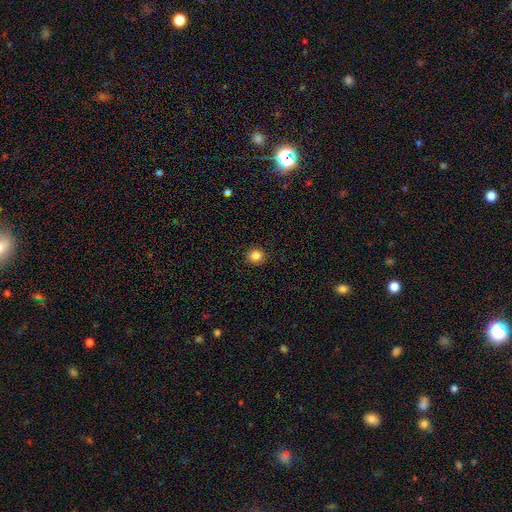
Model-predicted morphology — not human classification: A smooth galaxy with no disk features (85%) that is round (88%).

Vote fractions:
- Smooth or featured? smooth: 85% / star or artifact: 11% / featured or disk: 4%
- How rounded? round: 88% / in between: 11% / cigar-shaped: 1%
- Merging? none: 91% / minor disturbance: 6% / major disturbance: 2% / merger: 1%